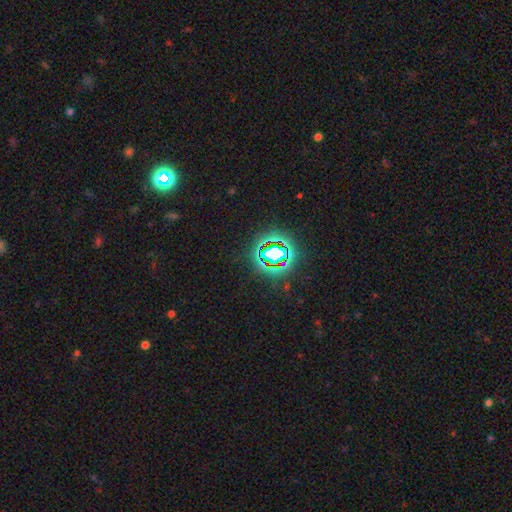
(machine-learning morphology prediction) Q: Smooth or featured?
A: star or artifact (73%); runner-up: smooth (18%)